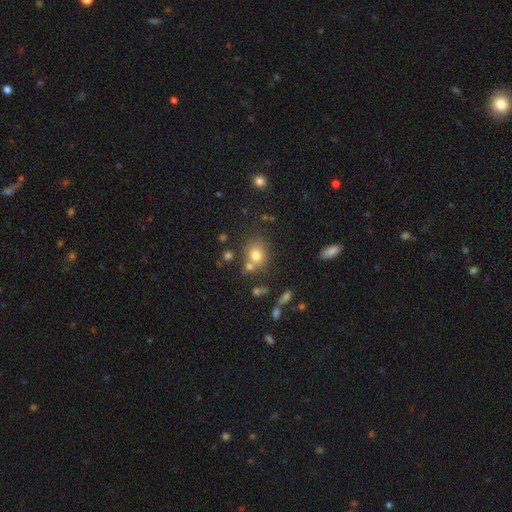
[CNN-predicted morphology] Smooth or featured: smooth — 75% (star or artifact — 14%)
How rounded: round — 63% (in between — 36%)
Merging: none — 62% (merger — 19%)